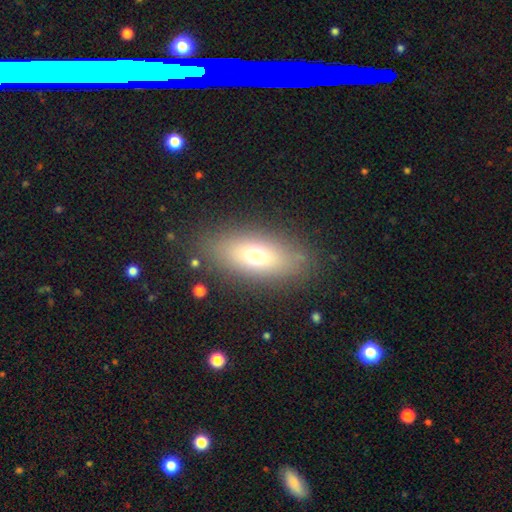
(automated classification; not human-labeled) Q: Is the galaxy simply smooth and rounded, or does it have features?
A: smooth — 67%.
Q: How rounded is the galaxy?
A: in between — 79%.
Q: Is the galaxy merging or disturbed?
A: none — 84%.